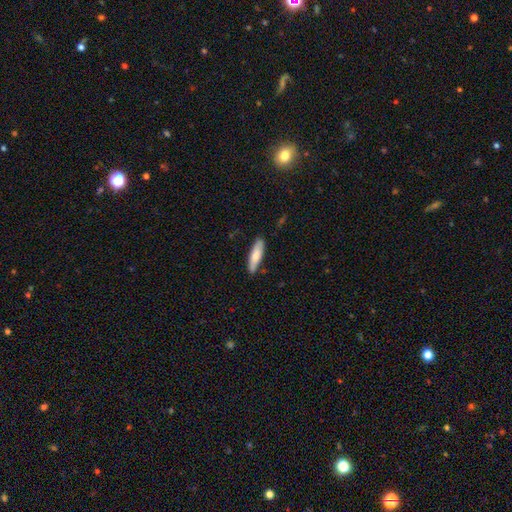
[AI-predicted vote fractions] A smooth galaxy with no disk features (78%) that is cigar-shaped (66%).

Vote fractions:
- Smooth or featured? smooth: 78% / featured or disk: 17% / star or artifact: 5%
- How rounded? cigar-shaped: 66% / in between: 32% / round: 1%
- Merging? none: 82% / minor disturbance: 14% / major disturbance: 2% / merger: 2%